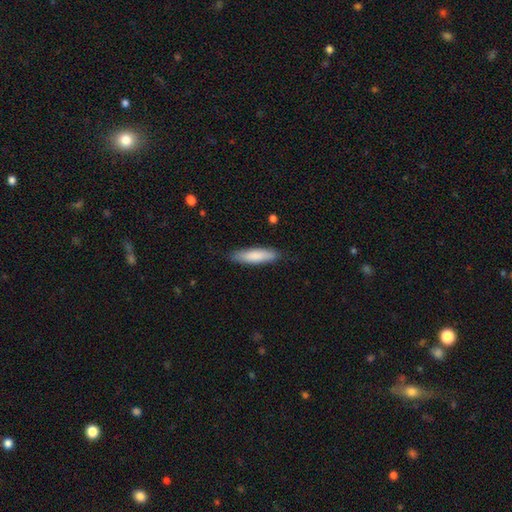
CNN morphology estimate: smooth-or-featured: smooth: 83% | featured or disk: 11% | star or artifact: 5%
  how-rounded: cigar-shaped: 68% | in between: 30% | round: 1%
  merging: none: 85% | minor disturbance: 12% | major disturbance: 2% | merger: 1%